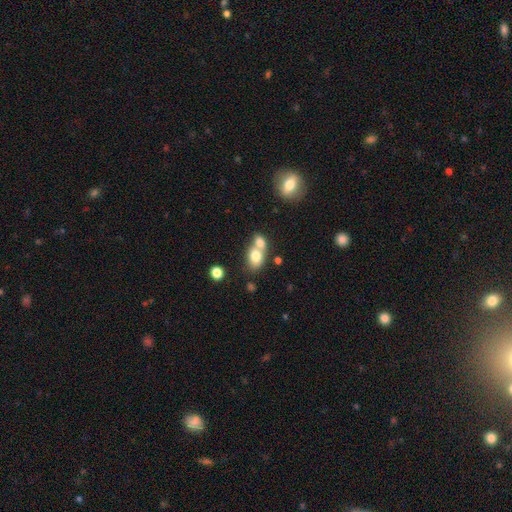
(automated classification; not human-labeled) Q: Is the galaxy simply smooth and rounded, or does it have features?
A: smooth — 76%.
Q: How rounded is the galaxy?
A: in between — 70%.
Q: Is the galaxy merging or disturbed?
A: merger — 63%.